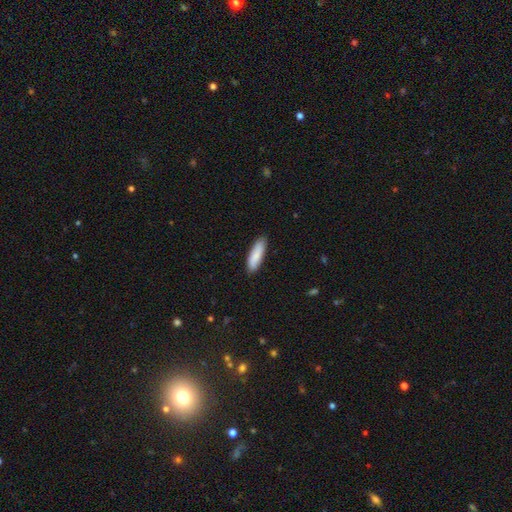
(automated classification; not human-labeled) Smooth or featured? smooth (86%)
How rounded? cigar-shaped (57%)
Merging? none (86%)